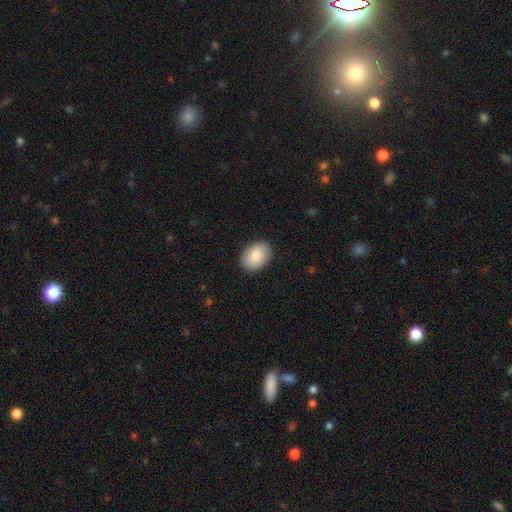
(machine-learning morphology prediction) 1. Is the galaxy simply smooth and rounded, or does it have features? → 84% smooth, 9% featured or disk, 6% star or artifact.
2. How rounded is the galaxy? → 77% in between, 22% round, 1% cigar-shaped.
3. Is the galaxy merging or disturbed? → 88% none, 9% minor disturbance, 2% major disturbance, 1% merger.